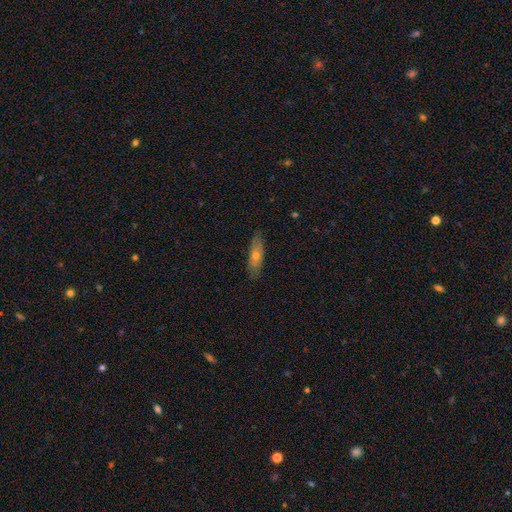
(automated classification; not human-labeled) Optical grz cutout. It shows a smooth galaxy with no disk features (55%) that is cigar-shaped (57%). Merging: none (85%).